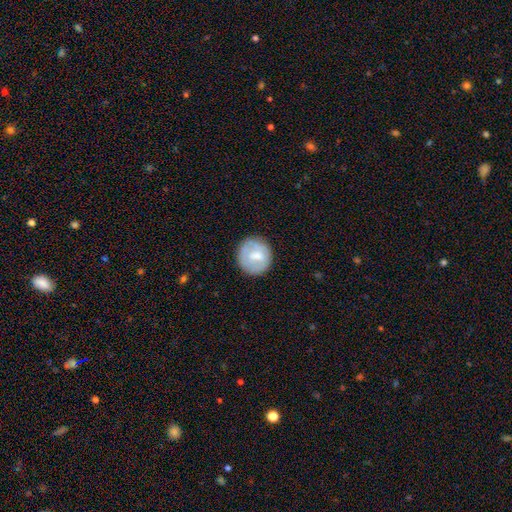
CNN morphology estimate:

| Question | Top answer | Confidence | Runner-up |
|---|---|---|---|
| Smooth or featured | smooth | 59% | featured or disk (34%) |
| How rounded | round | 89% | in between (10%) |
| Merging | none | 78% | minor disturbance (15%) |